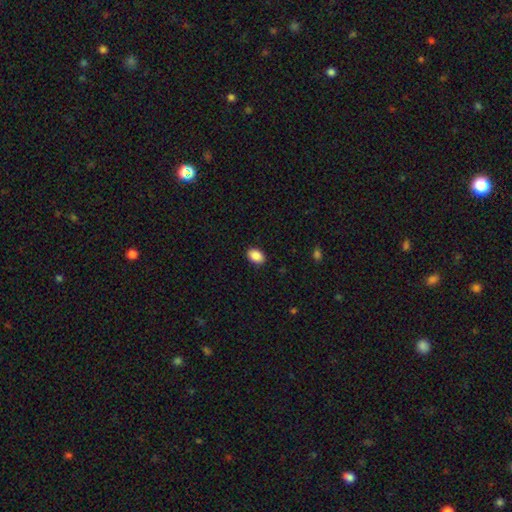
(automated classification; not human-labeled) smooth_or_featured: smooth (p=0.89) [alt: star or artifact p=0.07]
how_rounded: in between (p=0.88) [alt: round p=0.11]
merging: none (p=0.89) [alt: minor disturbance p=0.08]